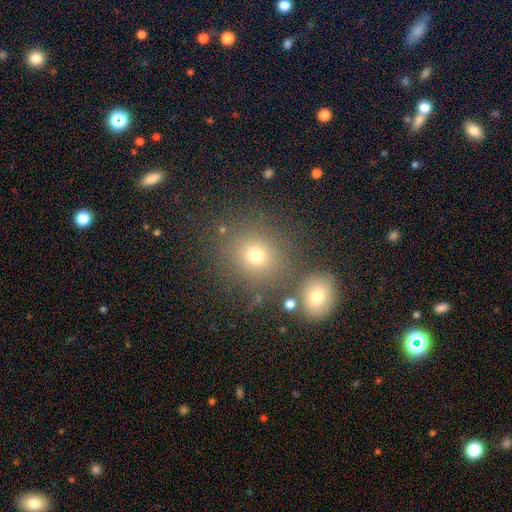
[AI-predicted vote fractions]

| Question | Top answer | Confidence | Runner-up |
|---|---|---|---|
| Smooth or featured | smooth | 73% | star or artifact (17%) |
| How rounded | round | 81% | in between (18%) |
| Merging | none | 76% | merger (10%) |